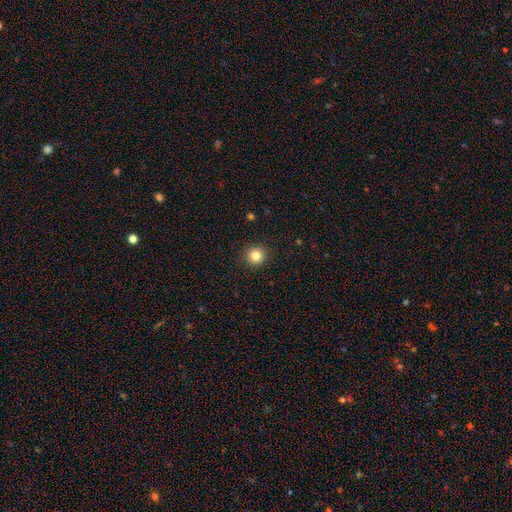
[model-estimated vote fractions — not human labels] smooth_or_featured: smooth (p=0.82) [alt: star or artifact p=0.12]
how_rounded: round (p=0.94) [alt: in between p=0.05]
merging: none (p=0.92) [alt: minor disturbance p=0.05]